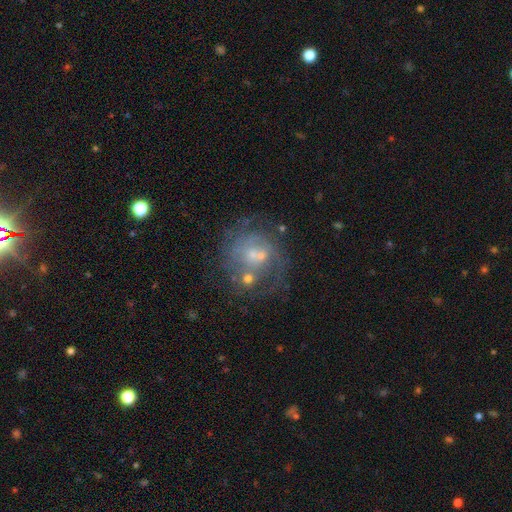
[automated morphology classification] featured or disk 67%, smooth 21%, star or artifact 12%. Down the decision tree: edge-on disk — no (98%); bar — no (69%); spiral arms — yes (71%); bulge size — small (61%); merging — none (48%).